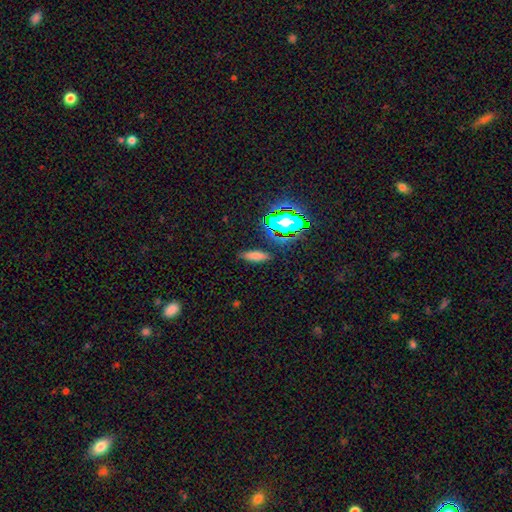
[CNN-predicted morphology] This is likely a smooth galaxy (71%). How rounded: possibly in between (56%). Merging: clearly none (85%).